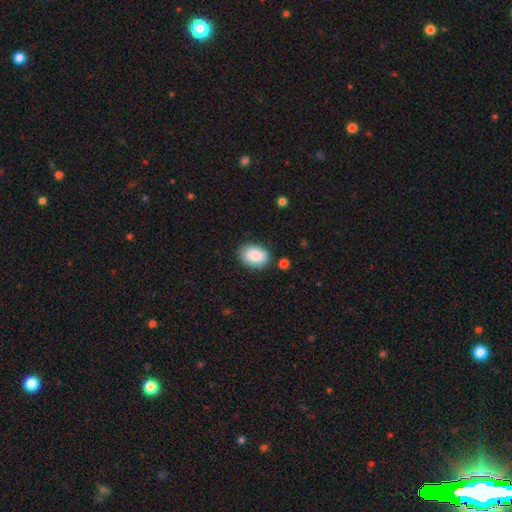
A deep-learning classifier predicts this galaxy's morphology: Smooth or featured: smooth — 88% (star or artifact — 7%)
How rounded: in between — 82% (round — 16%)
Merging: none — 82% (minor disturbance — 12%)